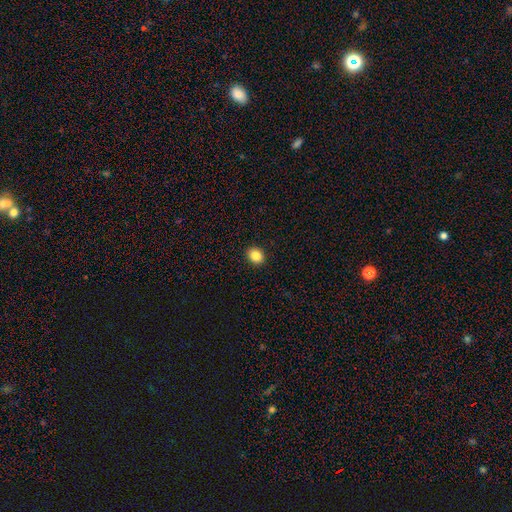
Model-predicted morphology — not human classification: This appears to be a smooth galaxy with no disk features (86%) that is round (53%). Merging: none (92%).